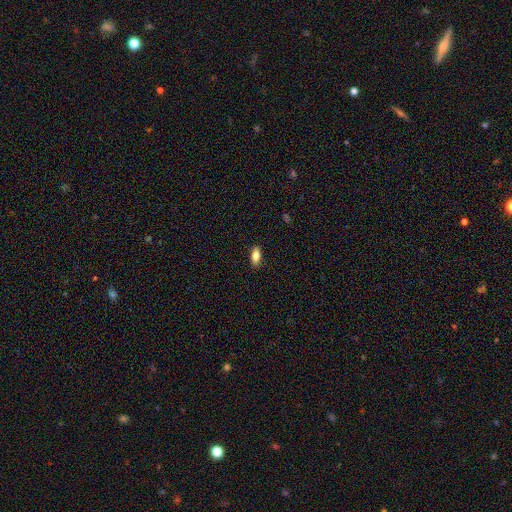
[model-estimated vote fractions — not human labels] Morphology: type=smooth (81%); roundness=in between (80%); merging=none (88%).